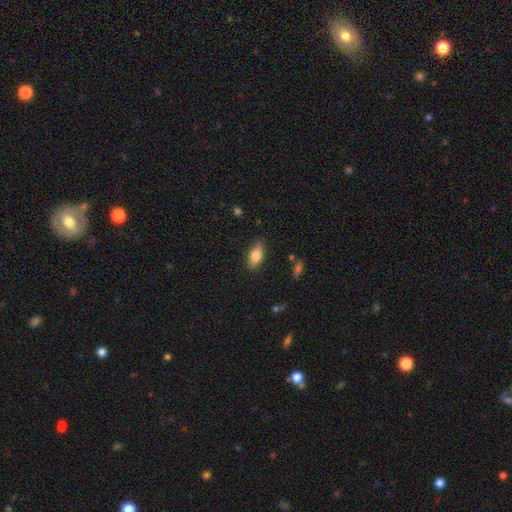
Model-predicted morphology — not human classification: type=smooth (75%); roundness=in between (84%); merging=none (83%).